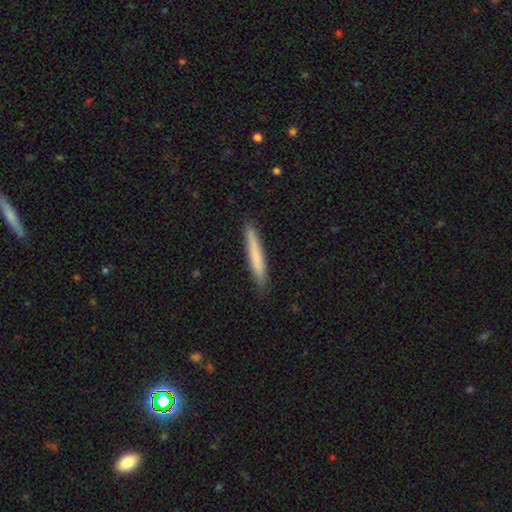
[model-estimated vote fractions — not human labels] This appears to be a smooth galaxy with no disk features (74%) that is cigar-shaped (96%). Merging: none (89%).